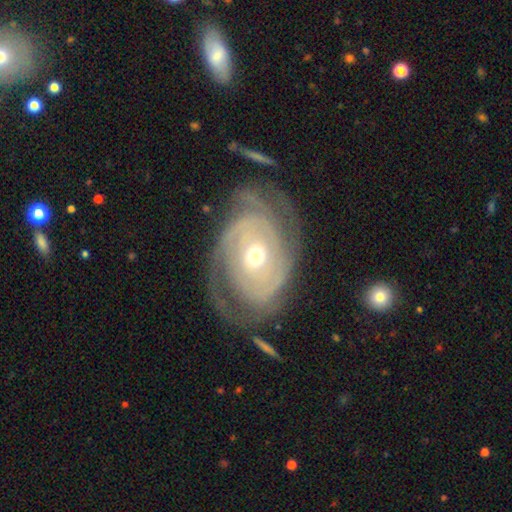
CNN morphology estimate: Smooth or featured? Predicted: featured or disk (p=0.86). Edge-on disk? Predicted: no (p=0.96). Bar? Predicted: no (p=0.72). Spiral arms? Predicted: yes (p=0.91). Spiral winding? Predicted: tight (p=0.71). Spiral arm count? Predicted: 2 (p=0.49). Bulge size? Predicted: moderate (p=0.54). Merging? Predicted: none (p=0.70).